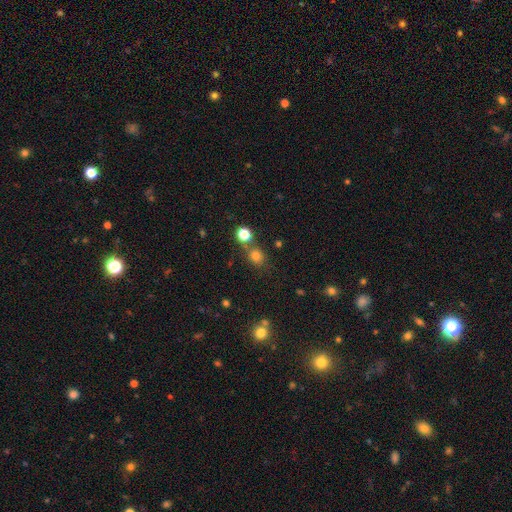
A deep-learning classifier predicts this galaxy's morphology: Smooth or featured? smooth (76%)
How rounded? round (74%)
Merging? none (69%)